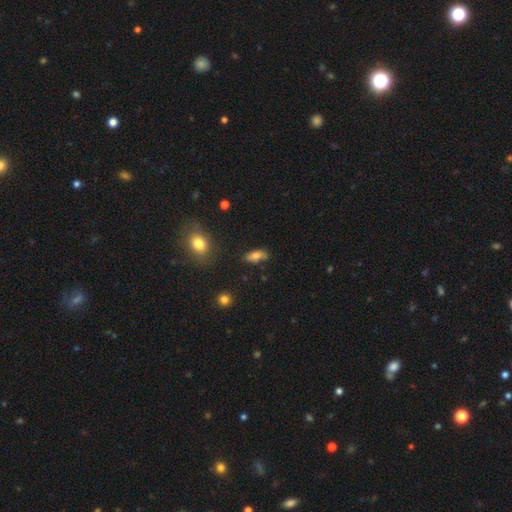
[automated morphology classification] type=smooth (72%); roundness=in between (77%); merging=none (73%).